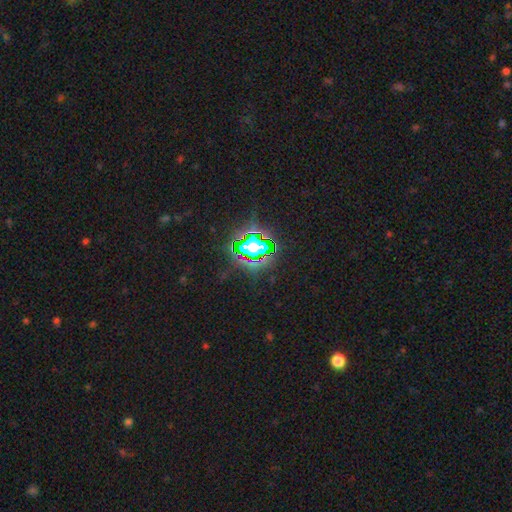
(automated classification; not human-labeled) Overall: star or artifact (76%).